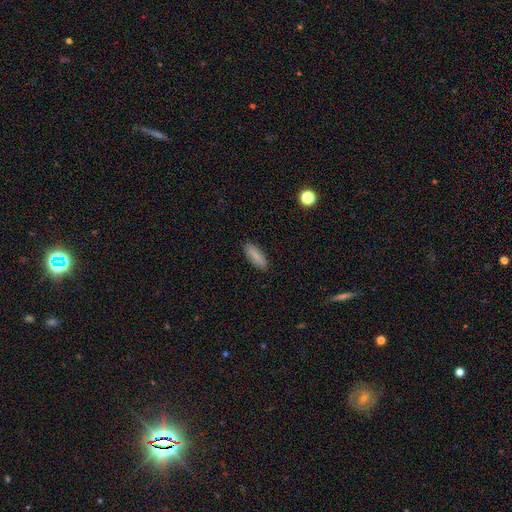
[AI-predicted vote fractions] Smooth or featured?
  - smooth: 85% *
  - featured or disk: 8%
  - star or artifact: 7%
How rounded?
  - in between: 57% *
  - cigar-shaped: 41%
  - round: 2%
Merging?
  - none: 89% *
  - minor disturbance: 8%
  - major disturbance: 2%
  - merger: 1%